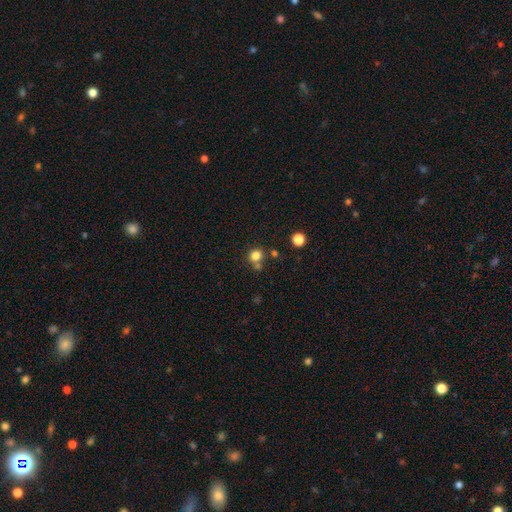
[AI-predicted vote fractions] This appears to be a smooth galaxy with no disk features (81%) that is round (84%). Merging: none (65%).